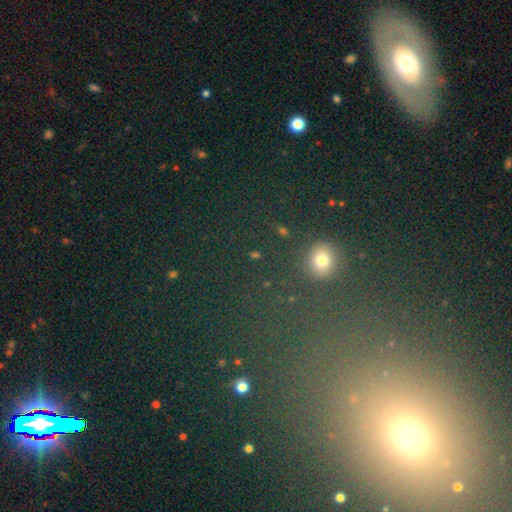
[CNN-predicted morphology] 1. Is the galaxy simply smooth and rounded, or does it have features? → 53% smooth, 39% star or artifact, 8% featured or disk.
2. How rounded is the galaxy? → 80% round, 16% in between, 4% cigar-shaped.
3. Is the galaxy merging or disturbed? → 86% none, 7% minor disturbance, 4% major disturbance, 3% merger.